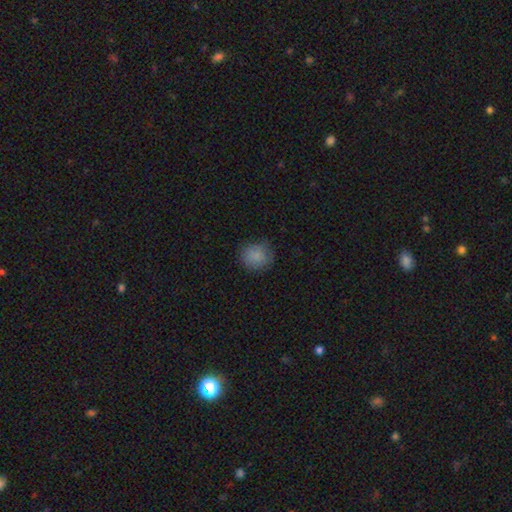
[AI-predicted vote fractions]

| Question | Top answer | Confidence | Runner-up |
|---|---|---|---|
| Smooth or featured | smooth | 84% | star or artifact (10%) |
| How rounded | round | 86% | in between (13%) |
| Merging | none | 77% | minor disturbance (17%) |